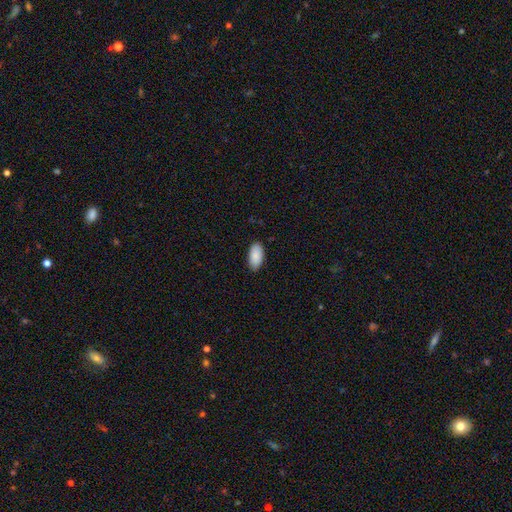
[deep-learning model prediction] Smooth or featured: smooth — 90% (star or artifact — 6%)
How rounded: in between — 95% (cigar-shaped — 3%)
Merging: none — 88% (minor disturbance — 10%)